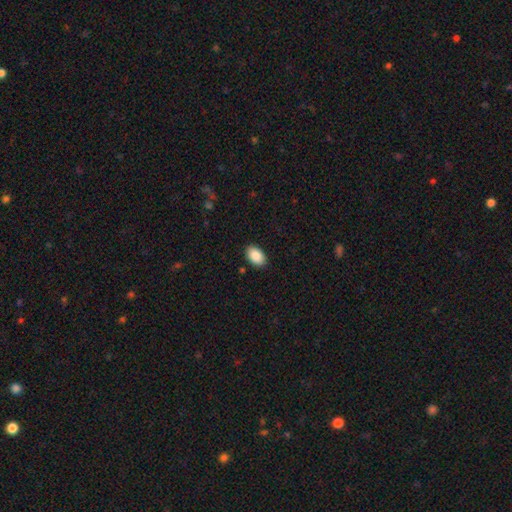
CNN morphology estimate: A smooth galaxy with no disk features (90%) that is in between round and cigar-shaped (93%).

Vote fractions:
- Smooth or featured? smooth: 90% / star or artifact: 7% / featured or disk: 4%
- How rounded? in between: 93% / round: 6% / cigar-shaped: 1%
- Merging? none: 89% / minor disturbance: 8% / major disturbance: 2% / merger: 1%